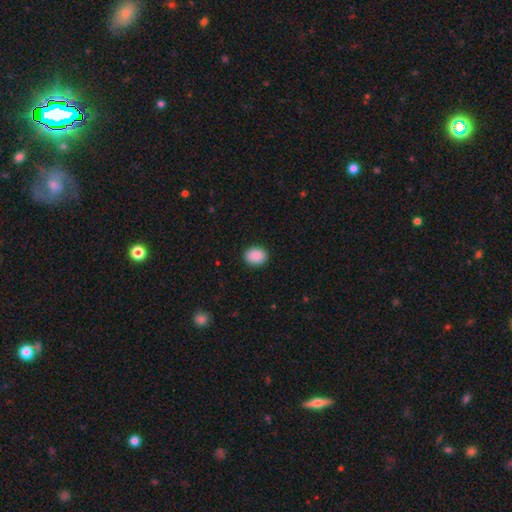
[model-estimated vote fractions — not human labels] smooth 90%, star or artifact 7%, featured or disk 3%. Down the decision tree: how rounded — in between (51%); merging — none (90%).